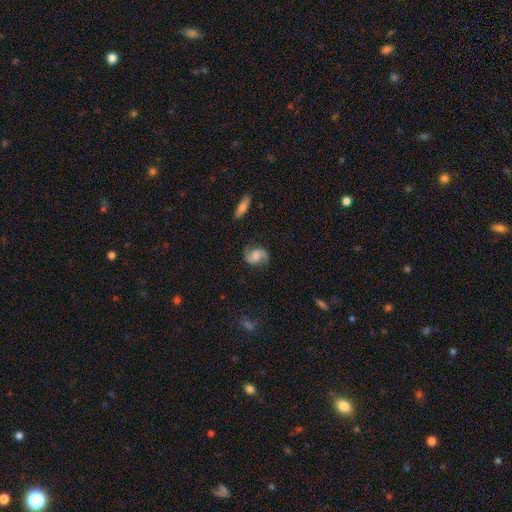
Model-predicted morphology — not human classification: Smooth or featured: featured or disk — 73% (smooth — 19%)
Edge-on disk: no — 97% (yes — 3%)
Bar: no — 54% (weak — 37%)
Spiral arms: yes — 96% (no — 4%)
Spiral winding: loose — 43% (tied with medium — 43%)
Spiral arm count: 2 — 92% (can't tell — 3%)
Bulge size: moderate — 36% (none — 23%)
Merging: none — 78% (minor disturbance — 15%)